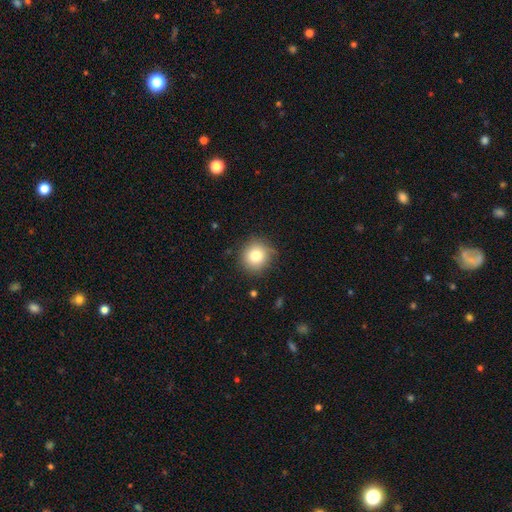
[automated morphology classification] smooth-or-featured: smooth: 79% | star or artifact: 11% | featured or disk: 10%
  how-rounded: round: 92% | in between: 7% | cigar-shaped: 1%
  merging: none: 81% | minor disturbance: 14% | major disturbance: 3% | merger: 2%